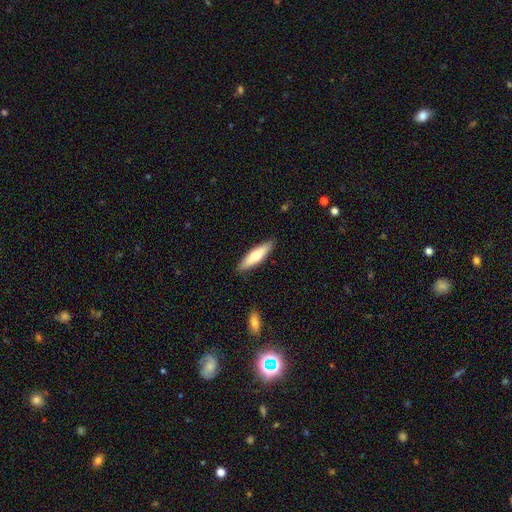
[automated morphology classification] Smooth or featured?
  - smooth: 62% *
  - featured or disk: 32%
  - star or artifact: 5%
How rounded?
  - cigar-shaped: 67% *
  - in between: 31%
  - round: 2%
Merging?
  - none: 88% *
  - minor disturbance: 9%
  - major disturbance: 2%
  - merger: 1%